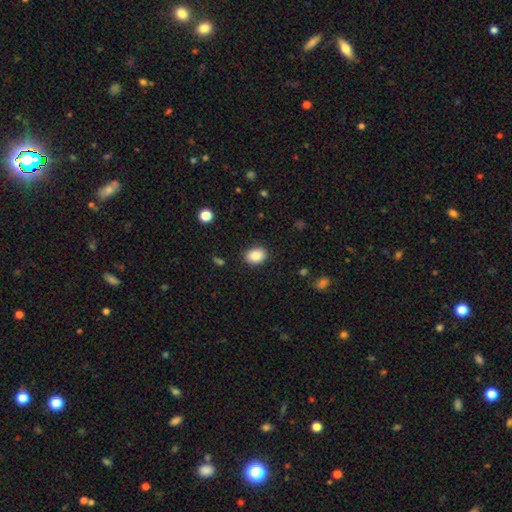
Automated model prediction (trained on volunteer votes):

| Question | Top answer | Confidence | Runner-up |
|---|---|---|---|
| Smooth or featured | smooth | 88% | star or artifact (8%) |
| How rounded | in between | 67% | round (33%) |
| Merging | none | 88% | minor disturbance (8%) |